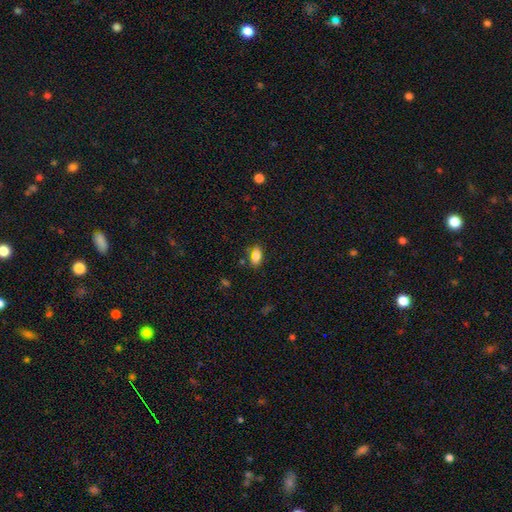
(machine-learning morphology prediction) A smooth galaxy with no disk features (79%) that is in between round and cigar-shaped (86%).

Vote fractions:
- Smooth or featured? smooth: 79% / star or artifact: 11% / featured or disk: 10%
- How rounded? in between: 86% / cigar-shaped: 7% / round: 7%
- Merging? none: 74% / minor disturbance: 17% / merger: 5% / major disturbance: 4%